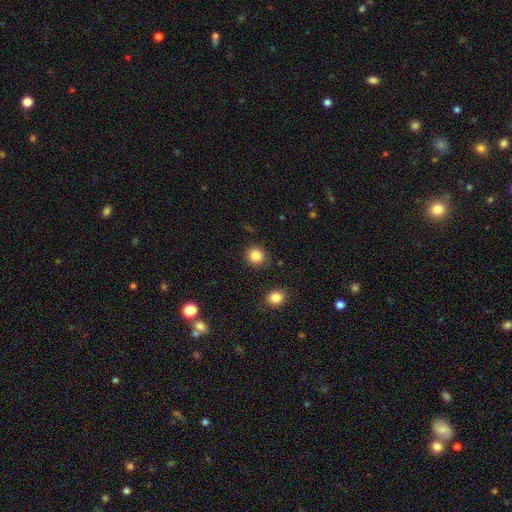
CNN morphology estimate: Q: Smooth or featured?
A: smooth (86%); runner-up: star or artifact (10%)
Q: How rounded?
A: round (89%); runner-up: in between (10%)
Q: Merging?
A: none (88%); runner-up: minor disturbance (7%)